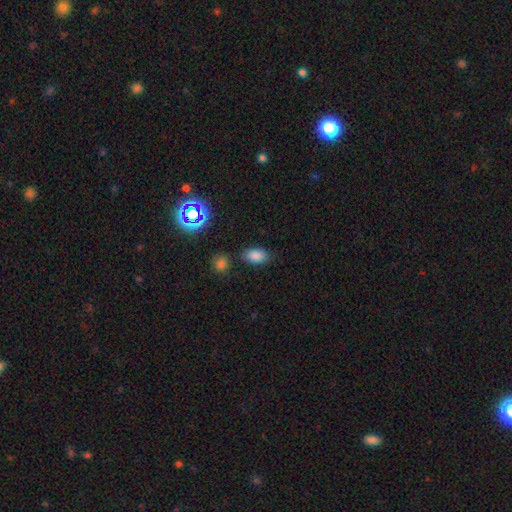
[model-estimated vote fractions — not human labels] smooth 81%, star or artifact 13%, featured or disk 6%. Down the decision tree: how rounded — in between (90%); merging — none (78%).